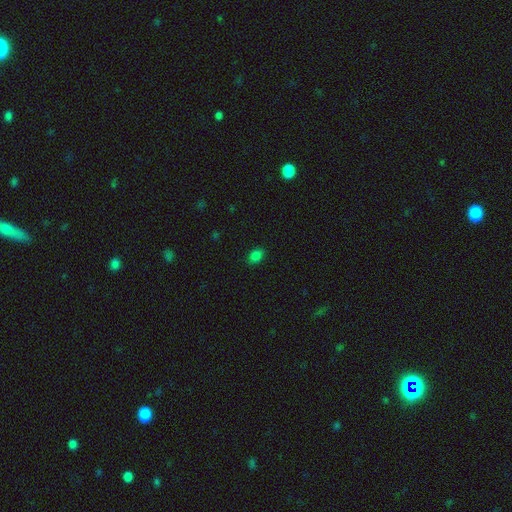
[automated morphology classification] Smooth or featured?
  - smooth: 82% *
  - star or artifact: 14%
  - featured or disk: 4%
How rounded?
  - in between: 77% *
  - round: 22%
  - cigar-shaped: 1%
Merging?
  - none: 87% *
  - minor disturbance: 9%
  - major disturbance: 2%
  - merger: 1%